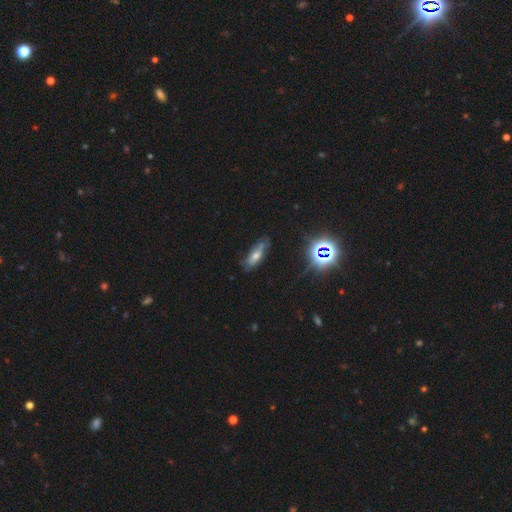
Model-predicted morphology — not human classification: The model was most divided on "smooth or featured": smooth: 44%, featured or disk: 35%, star or artifact: 21%. More confident: merging — none (62%).